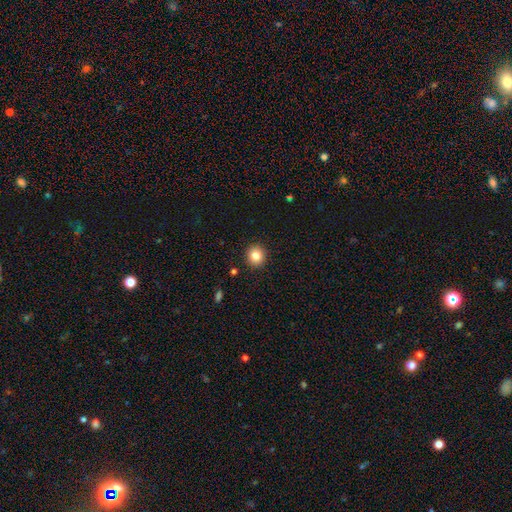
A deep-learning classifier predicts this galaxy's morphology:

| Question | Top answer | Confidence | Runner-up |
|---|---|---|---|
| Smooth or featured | smooth | 83% | star or artifact (10%) |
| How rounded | round | 87% | in between (13%) |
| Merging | none | 91% | minor disturbance (6%) |